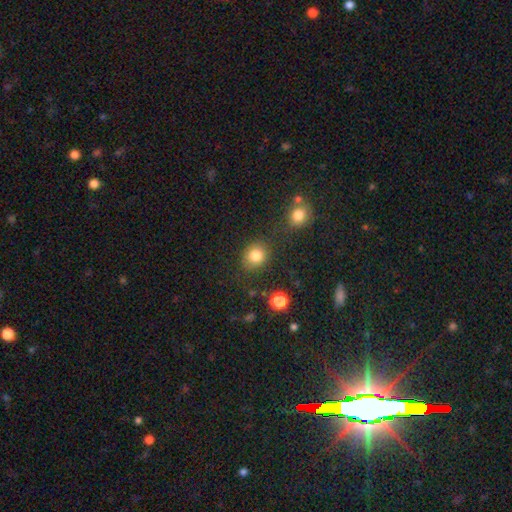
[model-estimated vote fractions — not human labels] Q: Smooth or featured?
A: smooth (82%); runner-up: star or artifact (12%)
Q: How rounded?
A: round (73%); runner-up: in between (26%)
Q: Merging?
A: none (79%); runner-up: minor disturbance (11%)